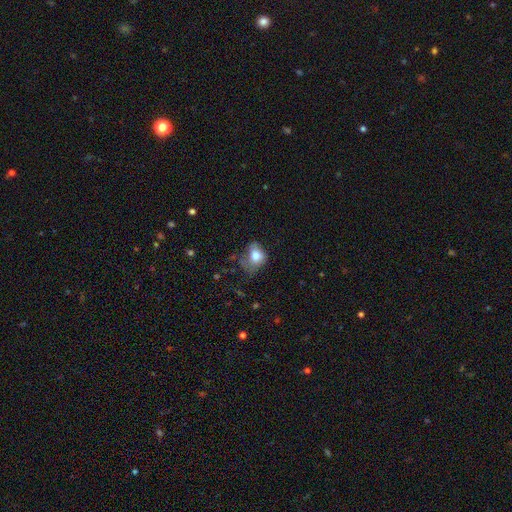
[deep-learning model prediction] Overall: smooth (72%). How rounded: in between (54%; round 45%). Merging: none (34%; minor disturbance 33%).